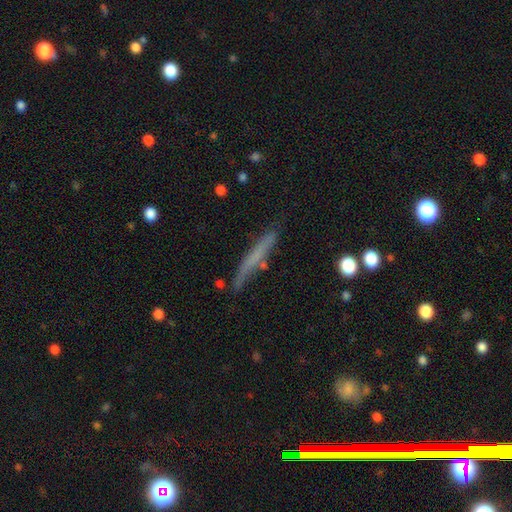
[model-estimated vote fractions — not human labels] smooth_or_featured: smooth (p=0.54) [alt: featured or disk p=0.37]
how_rounded: cigar-shaped (p=0.94) [alt: in between p=0.04]
merging: none (p=0.75) [alt: minor disturbance p=0.18]